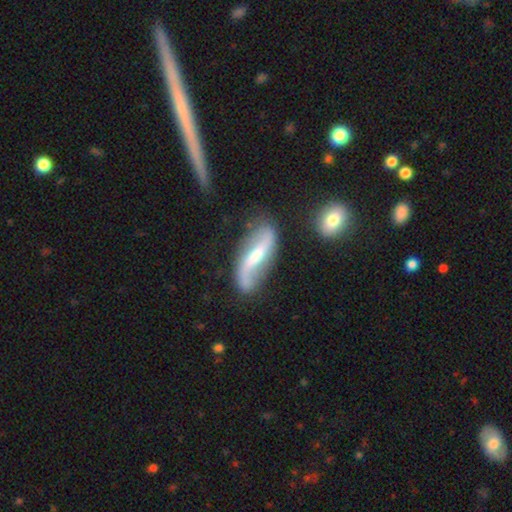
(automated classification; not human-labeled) Q: Smooth or featured?
A: featured or disk (79%); runner-up: smooth (15%)
Q: Edge-on disk?
A: no (89%); runner-up: yes (11%)
Q: Bar?
A: strong (46%); runner-up: weak (36%)
Q: Spiral arms?
A: yes (92%); runner-up: no (8%)
Q: Spiral winding?
A: loose (82%); runner-up: medium (14%)
Q: Spiral arm count?
A: 2 (90%); runner-up: 1 (4%)
Q: Bulge size?
A: moderate (46%); runner-up: small (41%)
Q: Merging?
A: none (70%); runner-up: minor disturbance (18%)